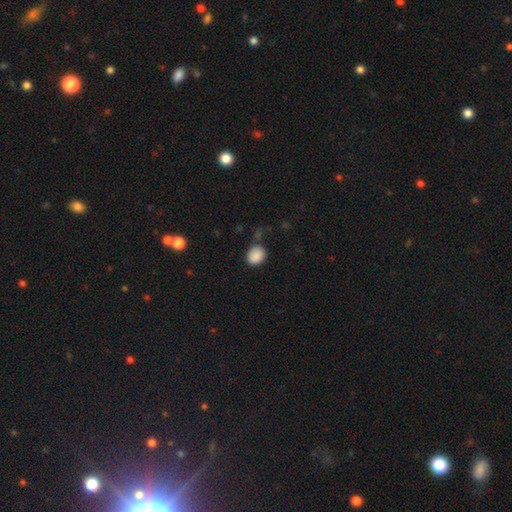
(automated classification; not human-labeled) Q: Smooth or featured?
A: smooth (88%); runner-up: star or artifact (8%)
Q: How rounded?
A: round (67%); runner-up: in between (32%)
Q: Merging?
A: none (74%); runner-up: minor disturbance (17%)